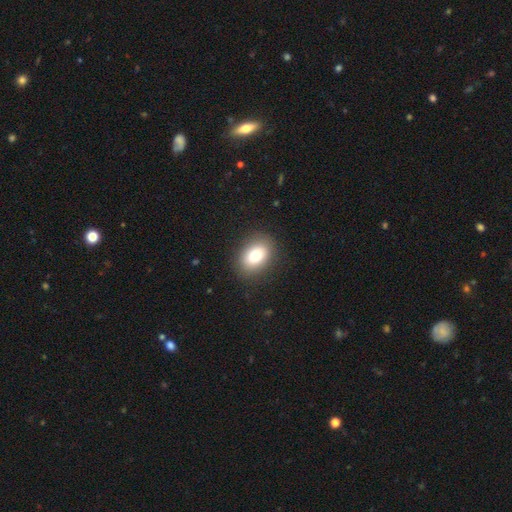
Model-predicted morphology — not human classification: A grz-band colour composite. It shows a smooth galaxy with no disk features (79%) that is in between round and cigar-shaped (74%). Merging: none (88%).